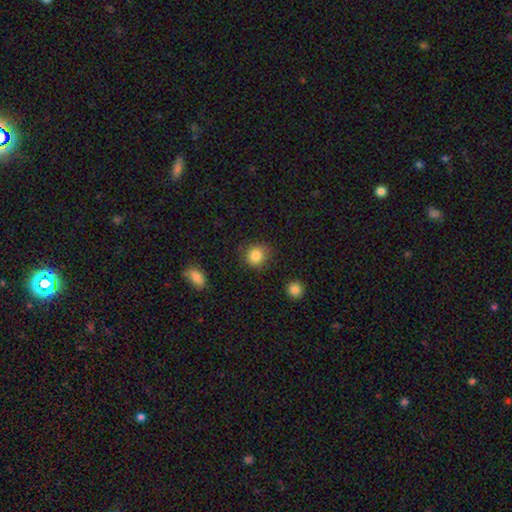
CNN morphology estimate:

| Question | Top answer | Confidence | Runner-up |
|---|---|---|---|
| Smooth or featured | smooth | 86% | star or artifact (10%) |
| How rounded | round | 83% | in between (16%) |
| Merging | none | 80% | minor disturbance (14%) |